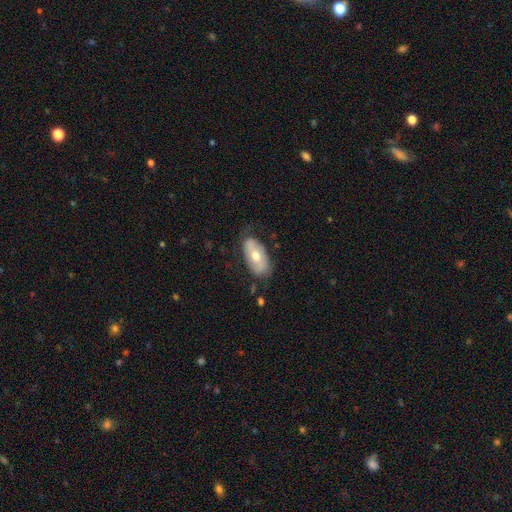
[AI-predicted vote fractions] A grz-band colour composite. It shows a smooth galaxy with no disk features (52%) that is in between round and cigar-shaped (92%). Merging: none (69%).